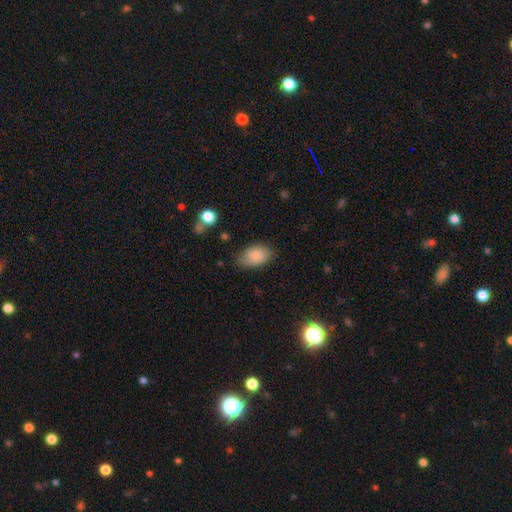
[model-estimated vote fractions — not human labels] Smooth or featured? Predicted: smooth (p=0.85). How rounded? Predicted: in between (p=0.91). Merging? Predicted: none (p=0.75).